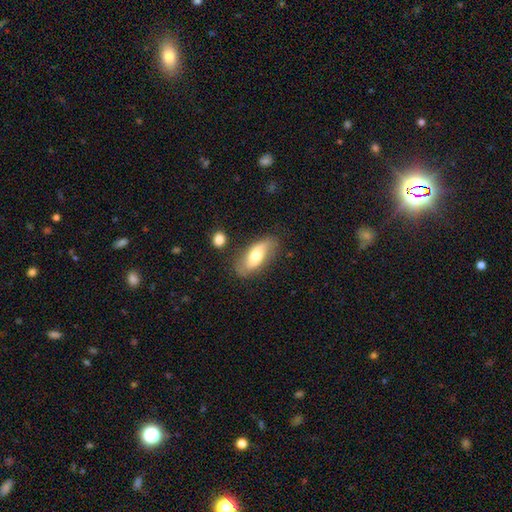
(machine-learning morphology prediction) Smooth or featured? Predicted: smooth (p=0.57). How rounded? Predicted: in between (p=0.79). Merging? Predicted: none (p=0.72).